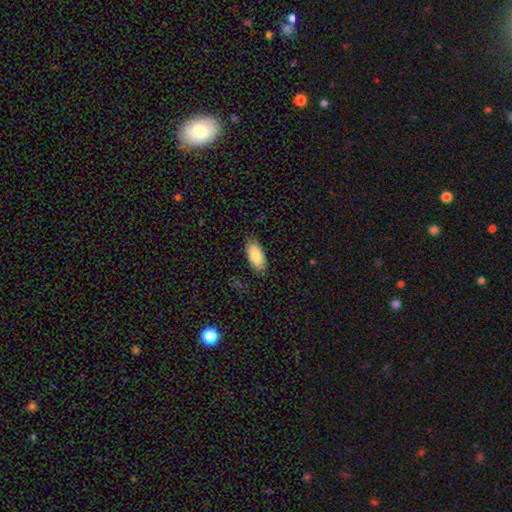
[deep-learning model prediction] Smooth or featured? Predicted: smooth (p=0.84). How rounded? Predicted: in between (p=0.91). Merging? Predicted: none (p=0.84).